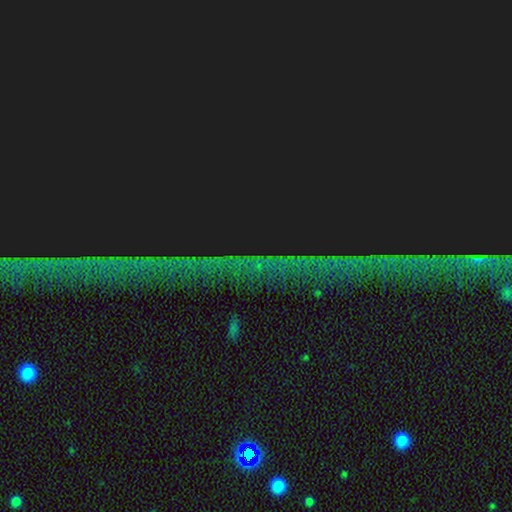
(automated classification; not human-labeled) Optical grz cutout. It shows a star or artifact, not a galaxy (87%).